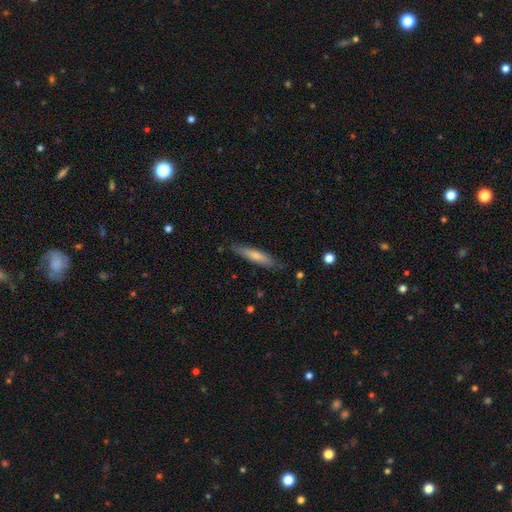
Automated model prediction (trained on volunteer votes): This is likely a smooth galaxy (65%). How rounded: clearly cigar-shaped (84%). Merging: clearly none (81%).